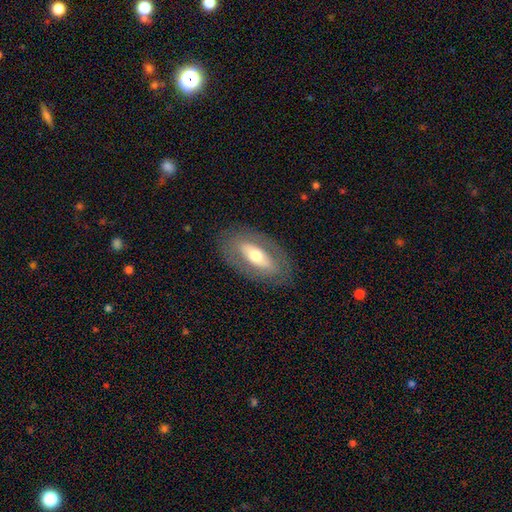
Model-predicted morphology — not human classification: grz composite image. It shows a featured or disk galaxy (52%). Merging: none (82%).